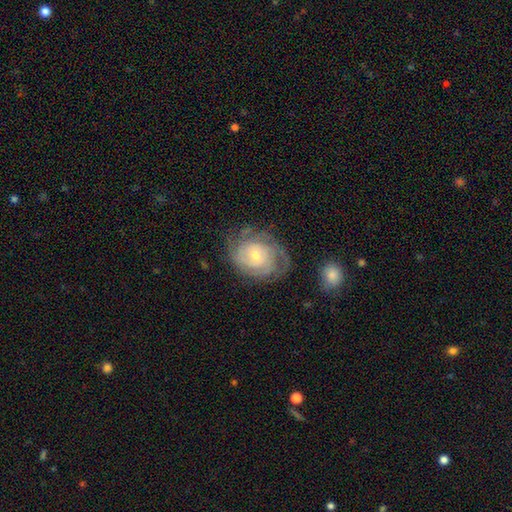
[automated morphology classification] A featured or disk galaxy (80%) with no bar (70%), tight (67%) spiral arms (93%) and a small central bulge (56%). Merging: none (67%).